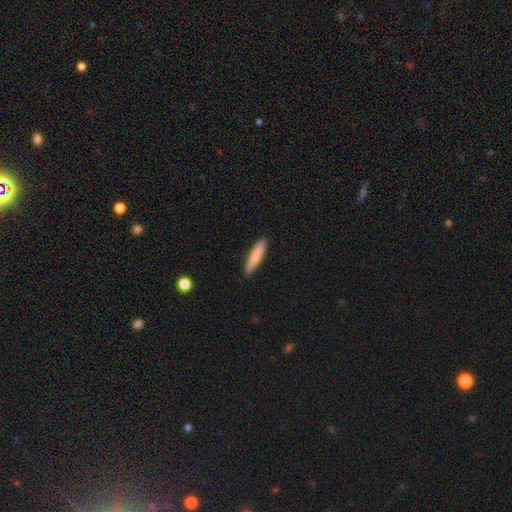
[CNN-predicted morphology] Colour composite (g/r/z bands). It shows a smooth galaxy with no disk features (84%) that is cigar-shaped (88%). Merging: none (90%).